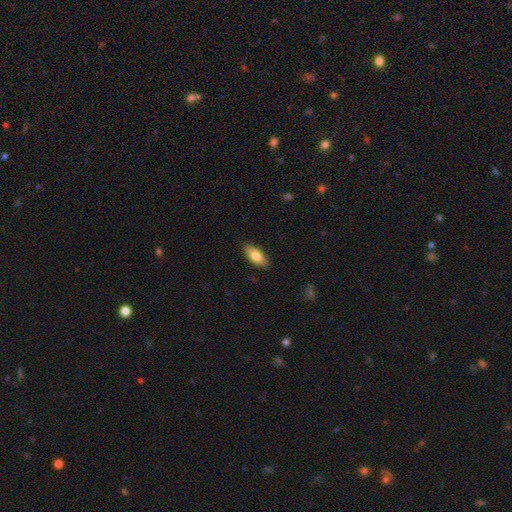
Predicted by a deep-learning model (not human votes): Smooth or featured?
  - smooth: 81% *
  - featured or disk: 13%
  - star or artifact: 6%
How rounded?
  - in between: 84% *
  - cigar-shaped: 14%
  - round: 2%
Merging?
  - none: 88% *
  - minor disturbance: 10%
  - major disturbance: 2%
  - merger: 1%